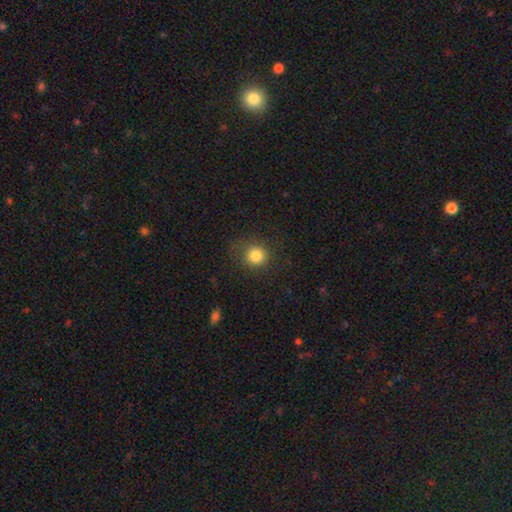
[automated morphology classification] Smooth or featured?
  - smooth: 83% *
  - star or artifact: 12%
  - featured or disk: 6%
How rounded?
  - round: 90% *
  - in between: 9%
  - cigar-shaped: 1%
Merging?
  - none: 82% *
  - minor disturbance: 12%
  - major disturbance: 5%
  - merger: 1%